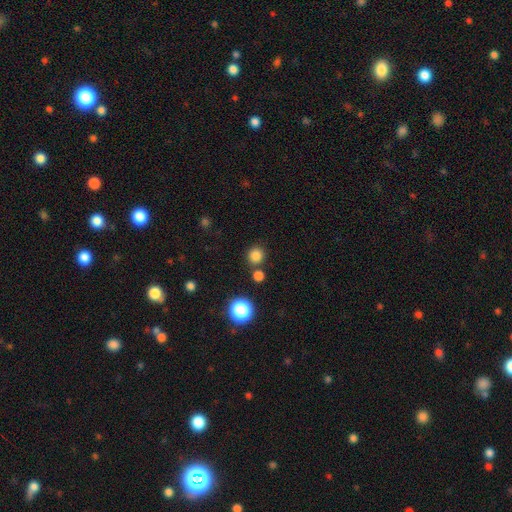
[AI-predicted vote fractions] Smooth or featured?
  - smooth: 81% *
  - star or artifact: 15%
  - featured or disk: 4%
How rounded?
  - round: 92% *
  - in between: 7%
  - cigar-shaped: 1%
Merging?
  - none: 79% *
  - merger: 11%
  - minor disturbance: 7%
  - major disturbance: 3%